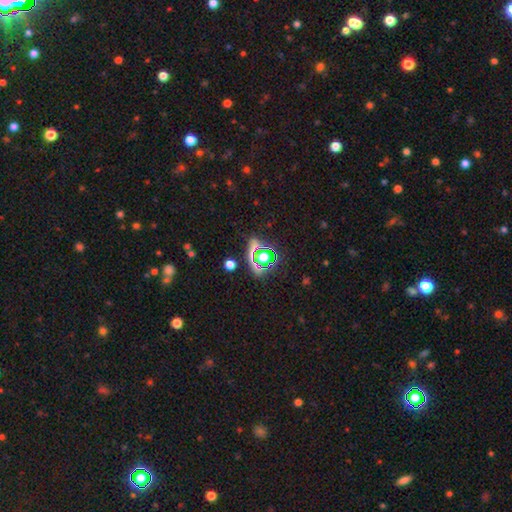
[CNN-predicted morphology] Smooth or featured?
  - star or artifact: 50% *
  - smooth: 39%
  - featured or disk: 11%